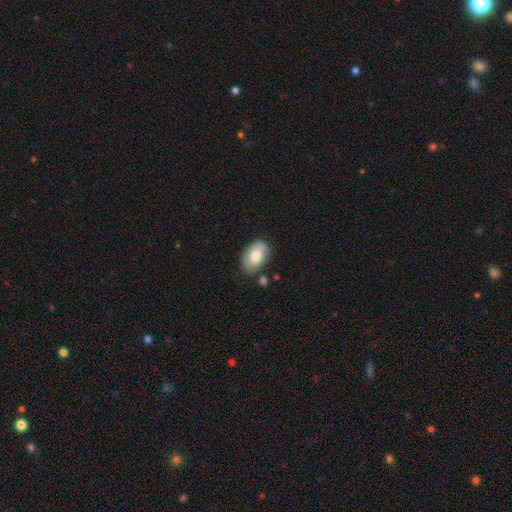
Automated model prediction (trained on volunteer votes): Smooth or featured?
  - smooth: 76% *
  - featured or disk: 18%
  - star or artifact: 6%
How rounded?
  - in between: 90% *
  - round: 9%
  - cigar-shaped: 1%
Merging?
  - none: 70% *
  - minor disturbance: 20%
  - merger: 5%
  - major disturbance: 4%